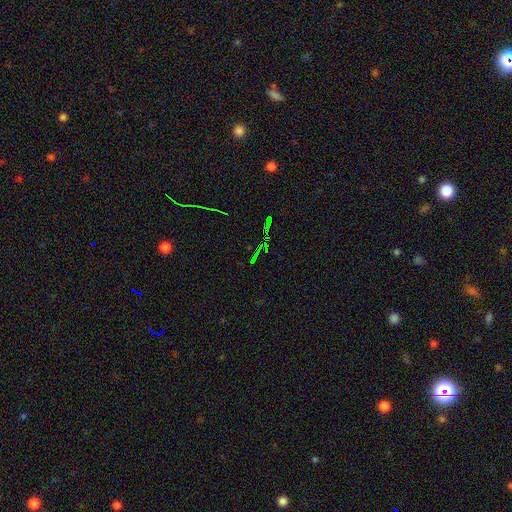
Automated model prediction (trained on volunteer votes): Q: Smooth or featured?
A: star or artifact (77%); runner-up: smooth (12%)